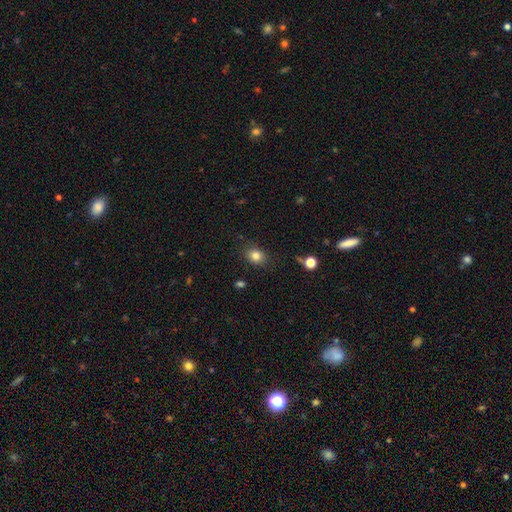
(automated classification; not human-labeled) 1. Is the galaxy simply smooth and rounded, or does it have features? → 82% smooth, 11% star or artifact, 7% featured or disk.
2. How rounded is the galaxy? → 50% in between, 49% round, 1% cigar-shaped.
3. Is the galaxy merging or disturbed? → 83% none, 12% minor disturbance, 3% major disturbance, 2% merger.